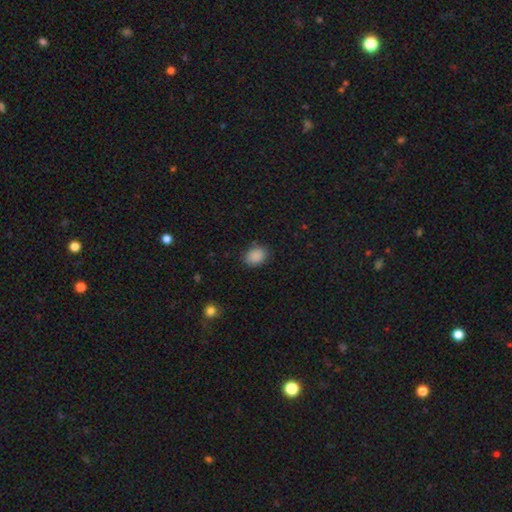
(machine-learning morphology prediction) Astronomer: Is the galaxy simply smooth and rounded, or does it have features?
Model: smooth — 88%.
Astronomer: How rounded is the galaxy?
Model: in between — 60% (runner-up: round, 40%).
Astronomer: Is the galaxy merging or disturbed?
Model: none — 84%.